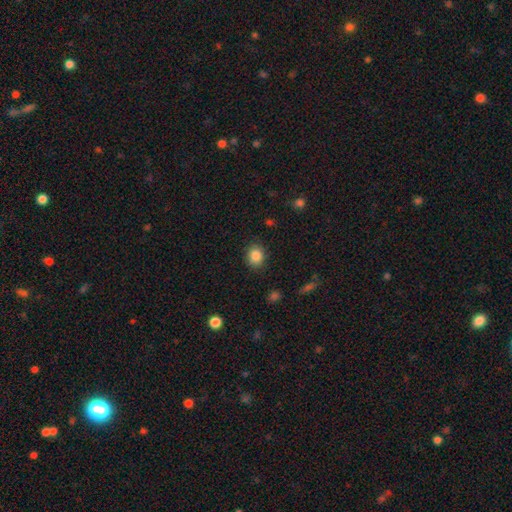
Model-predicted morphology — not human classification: A smooth galaxy with no disk features (85%) that is round (67%). Merging: none (86%).